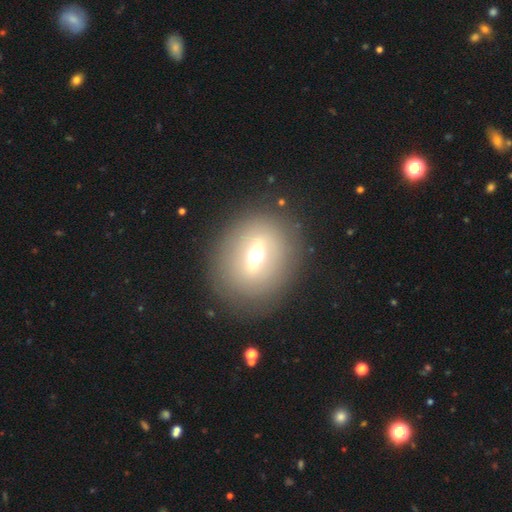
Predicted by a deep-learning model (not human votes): Morphology: type=featured or disk (54%); edge-on=no (73%); merging=none (83%).